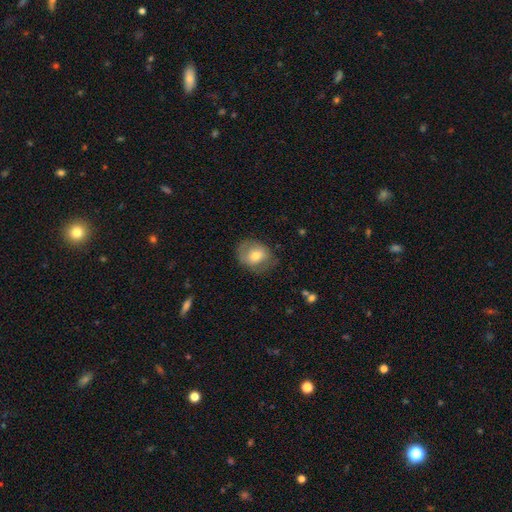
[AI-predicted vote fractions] smooth 62%, featured or disk 30%, star or artifact 8%. Down the decision tree: how rounded — round (55%); merging — none (69%).